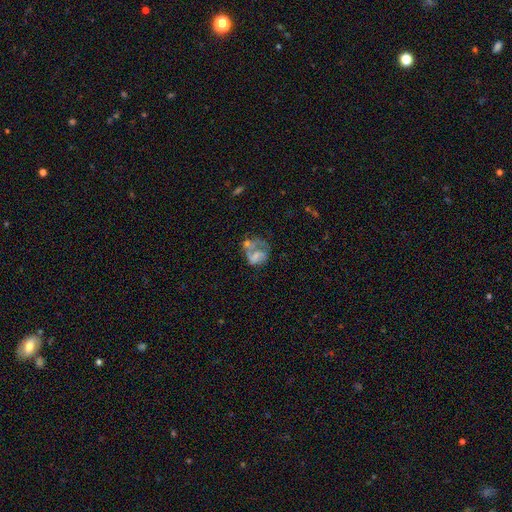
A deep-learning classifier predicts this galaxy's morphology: This appears to be a featured or disk galaxy (59%) with no bar (63%), spiral arms (64%) and no central bulge (46%). Merging: major disturbance (36%).